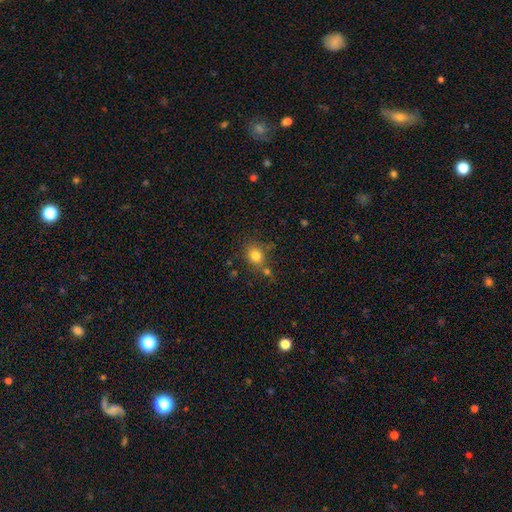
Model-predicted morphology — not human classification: The model was most divided on "how rounded": round: 66%, in between: 33%, cigar-shaped: 1%. More confident: smooth or featured — smooth (80%); merging — none (68%).